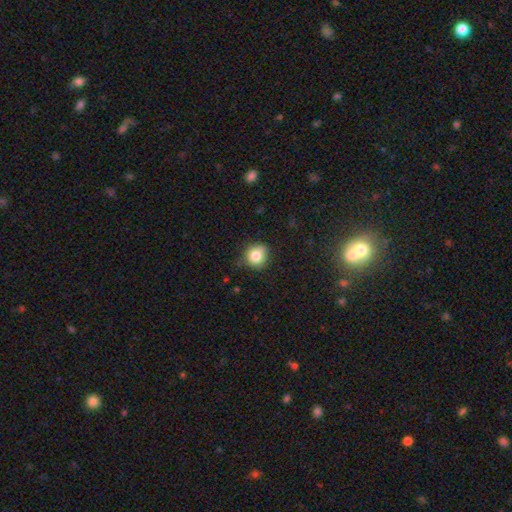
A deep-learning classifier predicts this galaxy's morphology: Smooth or featured? Predicted: smooth (p=0.81). How rounded? Predicted: round (p=0.89). Merging? Predicted: none (p=0.77).